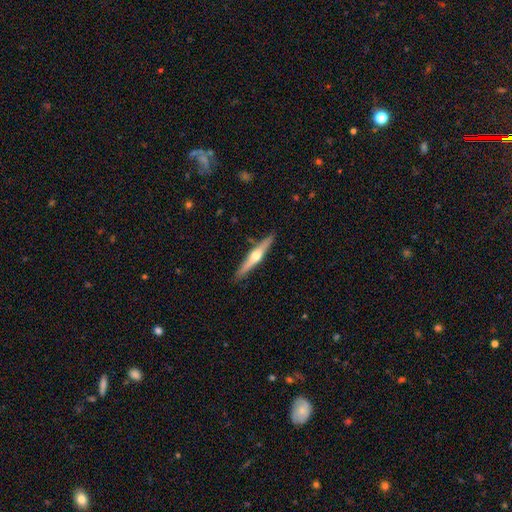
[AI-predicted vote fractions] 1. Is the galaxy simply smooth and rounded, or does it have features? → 65% featured or disk, 29% smooth, 5% star or artifact.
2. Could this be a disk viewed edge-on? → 97% yes, 3% no.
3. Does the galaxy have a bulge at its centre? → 93% rounded, 4% none, 3% boxy.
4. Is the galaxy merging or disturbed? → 89% none, 8% minor disturbance, 2% major disturbance, 2% merger.